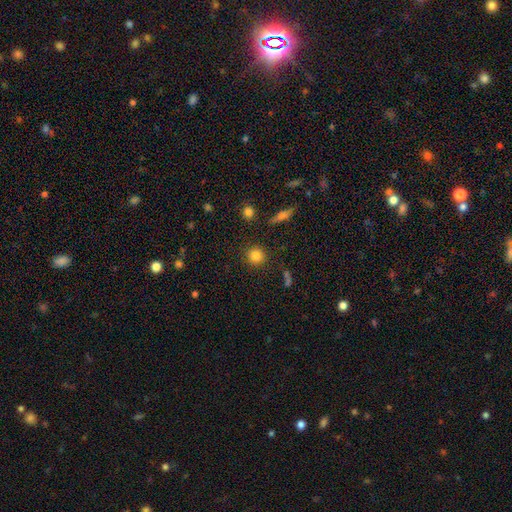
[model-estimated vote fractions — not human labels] smooth 83%, star or artifact 11%, featured or disk 6%. Down the decision tree: how rounded — round (91%); merging — none (87%).